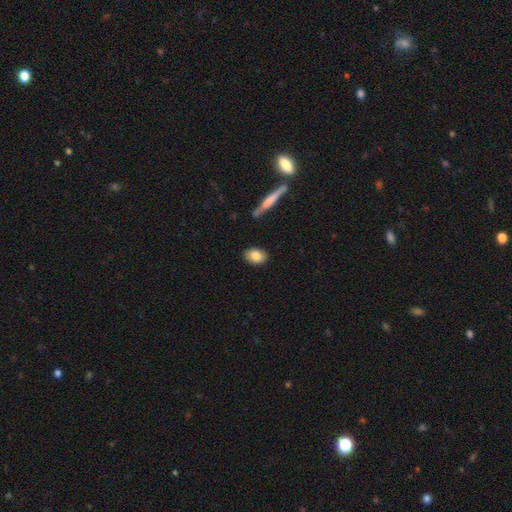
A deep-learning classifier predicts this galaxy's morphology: smooth_or_featured: smooth (p=0.85) [alt: featured or disk p=0.09]
how_rounded: in between (p=0.84) [alt: round p=0.14]
merging: none (p=0.86) [alt: minor disturbance p=0.10]